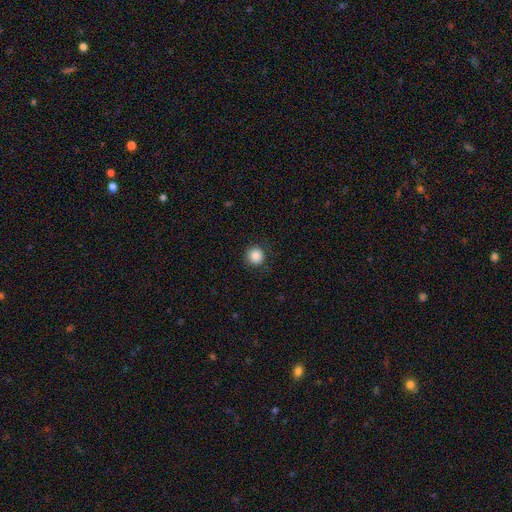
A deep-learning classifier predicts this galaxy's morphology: Smooth or featured? smooth (87%)
How rounded? round (94%)
Merging? none (87%)